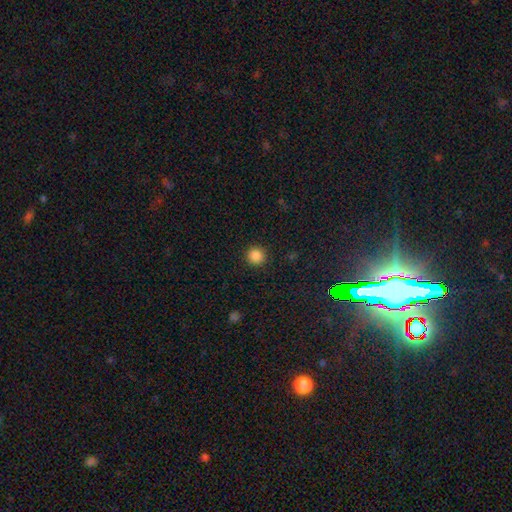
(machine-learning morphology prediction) Q: Smooth or featured?
A: smooth (86%); runner-up: star or artifact (11%)
Q: How rounded?
A: round (94%); runner-up: in between (5%)
Q: Merging?
A: none (92%); runner-up: minor disturbance (5%)